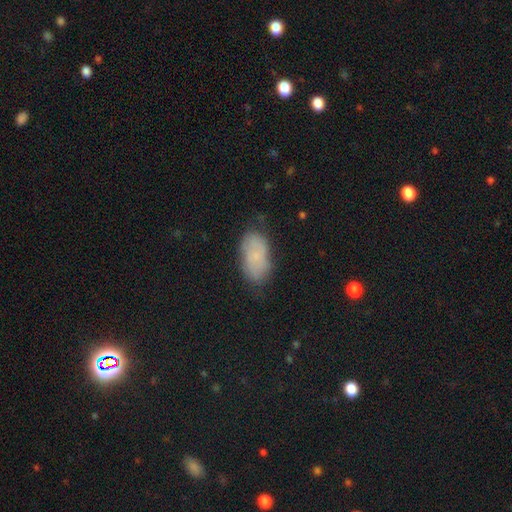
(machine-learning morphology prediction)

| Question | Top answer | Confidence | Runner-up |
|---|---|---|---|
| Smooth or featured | smooth | 72% | featured or disk (19%) |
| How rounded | in between | 93% | round (4%) |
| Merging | none | 70% | minor disturbance (22%) |